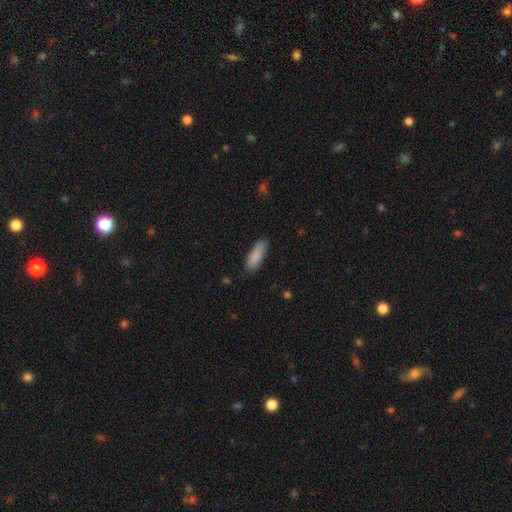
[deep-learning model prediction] Smooth or featured? smooth (89%)
How rounded? in between (60%)
Merging? none (86%)